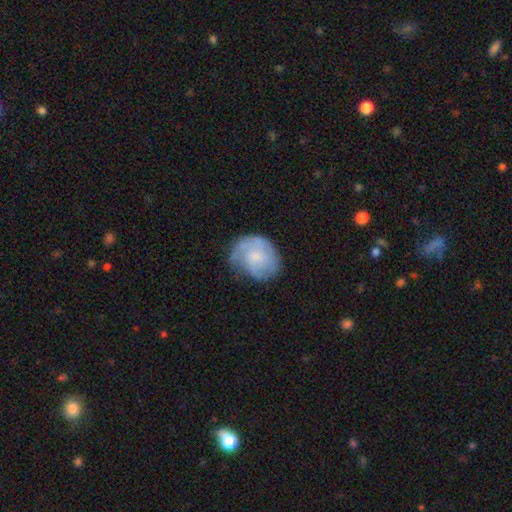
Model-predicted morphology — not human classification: Smooth or featured?
  - featured or disk: 47% *
  - smooth: 46%
  - star or artifact: 7%
Merging?
  - none: 50% *
  - minor disturbance: 31%
  - major disturbance: 17%
  - merger: 2%